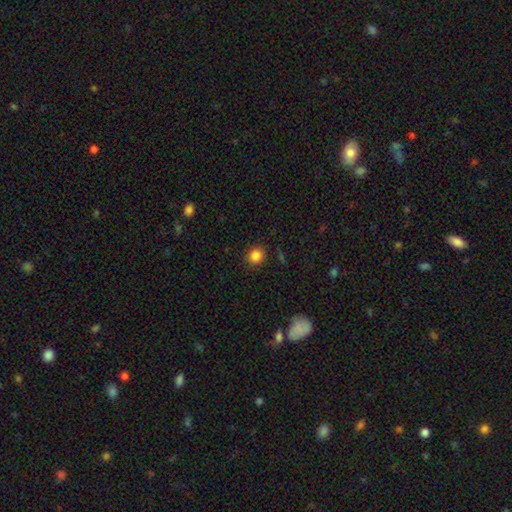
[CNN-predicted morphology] type=smooth (85%); roundness=round (88%); merging=none (89%).